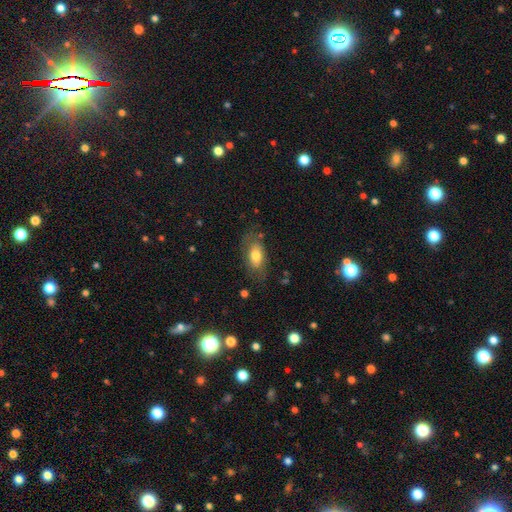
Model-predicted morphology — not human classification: Overall: smooth (71%). How rounded: in between (88%). Merging: none (69%).